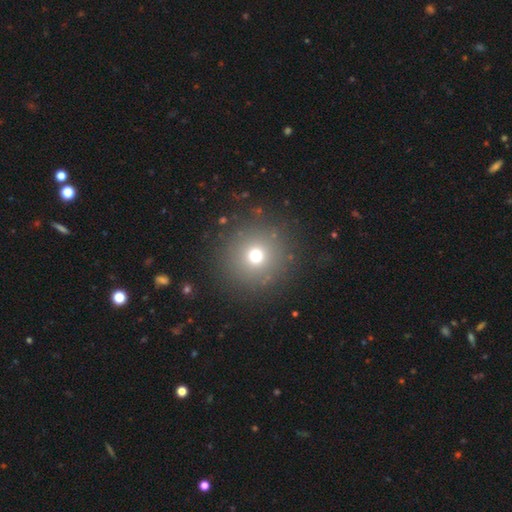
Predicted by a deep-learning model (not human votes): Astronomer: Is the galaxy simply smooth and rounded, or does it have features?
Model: smooth — 69%.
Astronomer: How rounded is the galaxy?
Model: round — 95%.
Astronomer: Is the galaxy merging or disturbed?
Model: none — 88%.